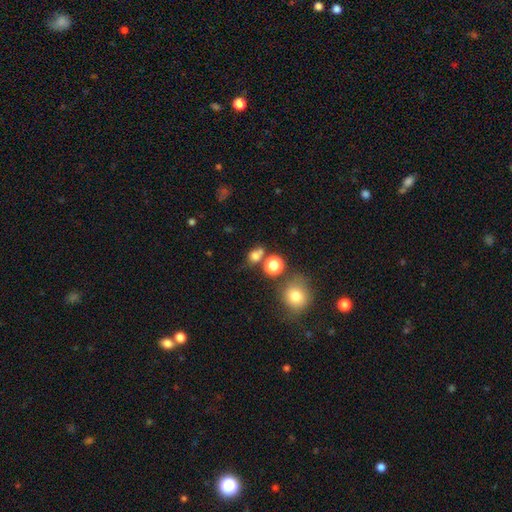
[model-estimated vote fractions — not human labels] A smooth galaxy with no disk features (71%) that is round (67%).

Vote fractions:
- Smooth or featured? smooth: 71% / star or artifact: 20% / featured or disk: 9%
- How rounded? round: 67% / in between: 32% / cigar-shaped: 2%
- Merging? none: 56% / merger: 24% / minor disturbance: 14% / major disturbance: 7%